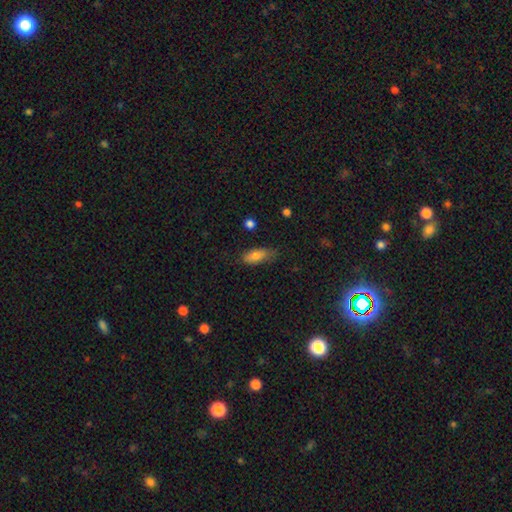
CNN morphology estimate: This appears to be a smooth galaxy with no disk features (80%) that is in between round and cigar-shaped (80%). Merging: none (65%).